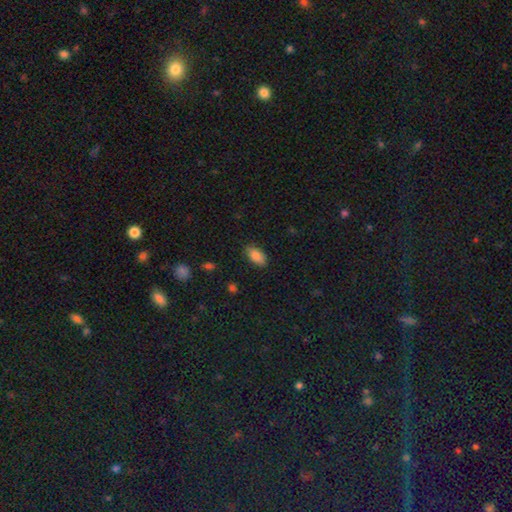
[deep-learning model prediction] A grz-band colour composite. It shows a smooth galaxy with no disk features (83%) that is in between round and cigar-shaped (91%). Merging: none (84%).